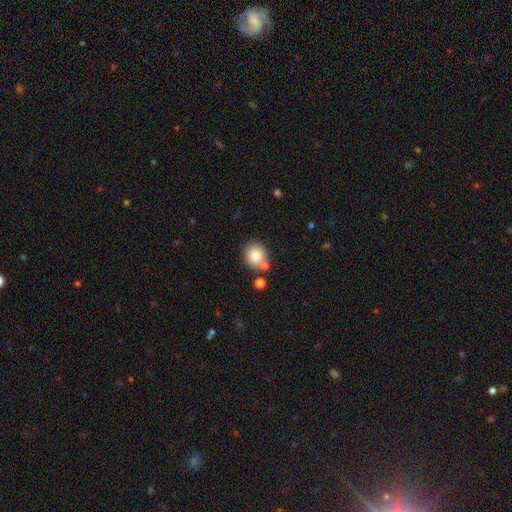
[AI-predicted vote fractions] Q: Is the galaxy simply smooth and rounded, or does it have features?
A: smooth — 79%.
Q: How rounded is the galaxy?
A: round — 83%.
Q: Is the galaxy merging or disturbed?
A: none — 71%.